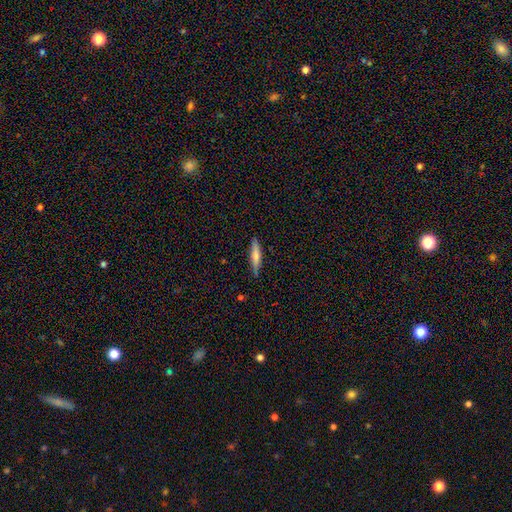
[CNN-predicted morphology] This appears to be a smooth galaxy with no disk features (63%) that is cigar-shaped (85%). Merging: none (85%).